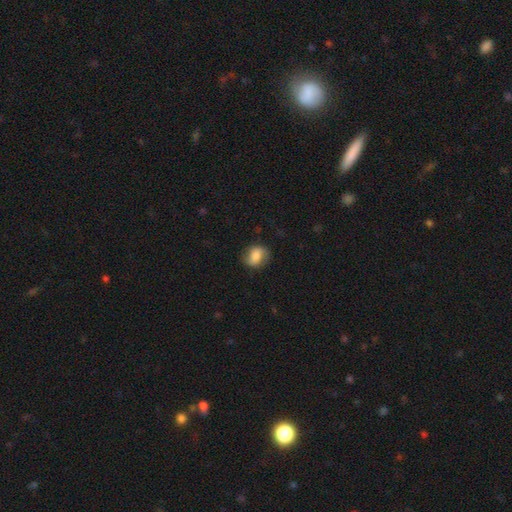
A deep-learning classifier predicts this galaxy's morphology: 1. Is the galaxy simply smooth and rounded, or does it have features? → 68% smooth, 23% featured or disk, 8% star or artifact.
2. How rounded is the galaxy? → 51% in between, 47% round, 2% cigar-shaped.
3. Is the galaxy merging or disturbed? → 74% none, 18% minor disturbance, 6% major disturbance, 1% merger.